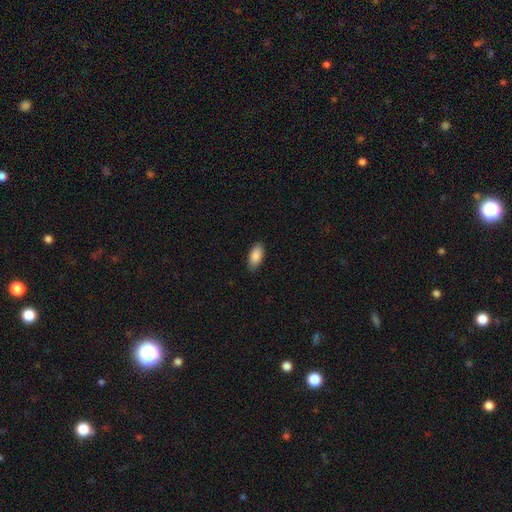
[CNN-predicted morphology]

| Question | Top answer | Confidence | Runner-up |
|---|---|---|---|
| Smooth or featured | smooth | 89% | star or artifact (6%) |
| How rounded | in between | 92% | cigar-shaped (6%) |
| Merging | none | 87% | minor disturbance (10%) |